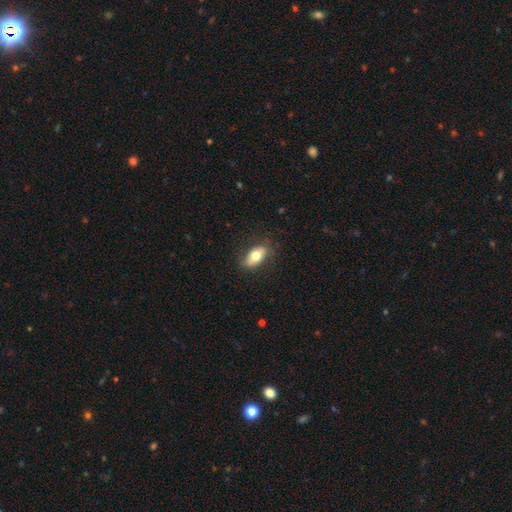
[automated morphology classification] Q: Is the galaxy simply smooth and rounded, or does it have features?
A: smooth — 71%.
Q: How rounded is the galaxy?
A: in between — 86%.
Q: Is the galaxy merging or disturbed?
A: none — 80%.